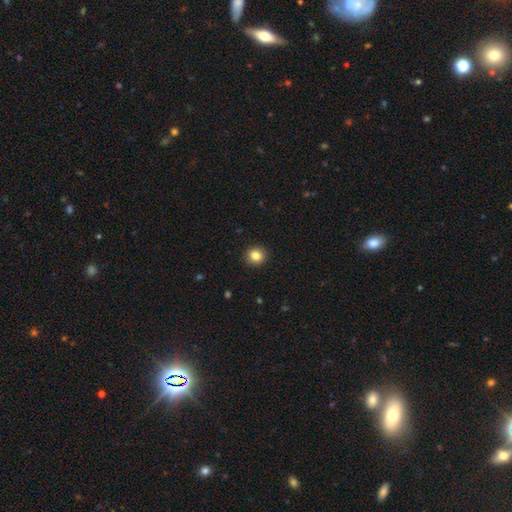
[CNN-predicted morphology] A smooth galaxy with no disk features (84%) that is round (88%).

Vote fractions:
- Smooth or featured? smooth: 84% / star or artifact: 10% / featured or disk: 6%
- How rounded? round: 88% / in between: 12% / cigar-shaped: 1%
- Merging? none: 92% / minor disturbance: 5% / major disturbance: 2% / merger: 1%